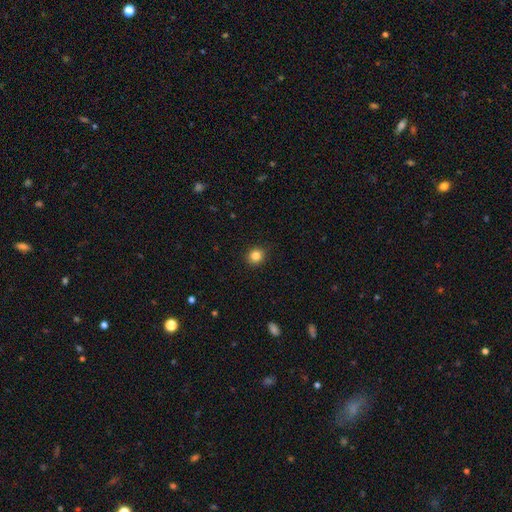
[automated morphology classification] A smooth galaxy with no disk features (84%) that is round (88%).

Vote fractions:
- Smooth or featured? smooth: 84% / star or artifact: 12% / featured or disk: 5%
- How rounded? round: 88% / in between: 11% / cigar-shaped: 1%
- Merging? none: 91% / minor disturbance: 6% / major disturbance: 2% / merger: 1%